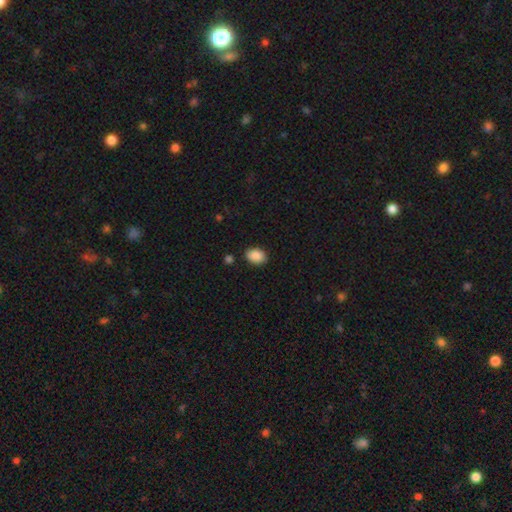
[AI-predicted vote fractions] Overall: smooth (89%). How rounded: in between (78%). Merging: none (85%).